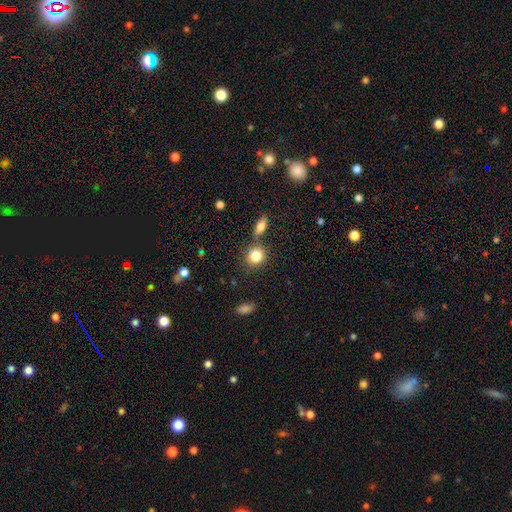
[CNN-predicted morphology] A smooth galaxy with no disk features (83%) that is round (79%).

Vote fractions:
- Smooth or featured? smooth: 83% / star or artifact: 10% / featured or disk: 7%
- How rounded? round: 79% / in between: 19% / cigar-shaped: 1%
- Merging? none: 71% / merger: 15% / minor disturbance: 10% / major disturbance: 3%